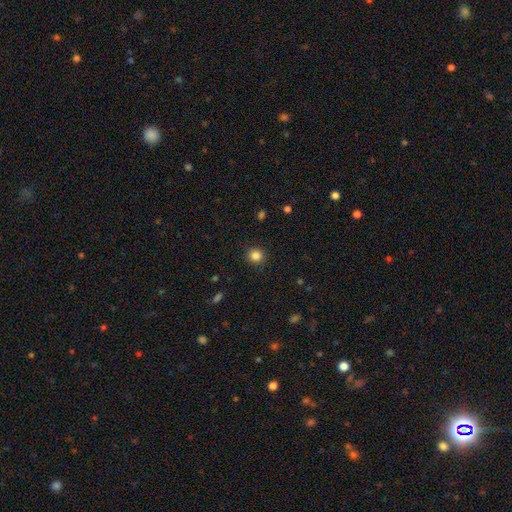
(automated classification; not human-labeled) smooth 84%, star or artifact 12%, featured or disk 4%. Down the decision tree: how rounded — round (91%); merging — none (91%).